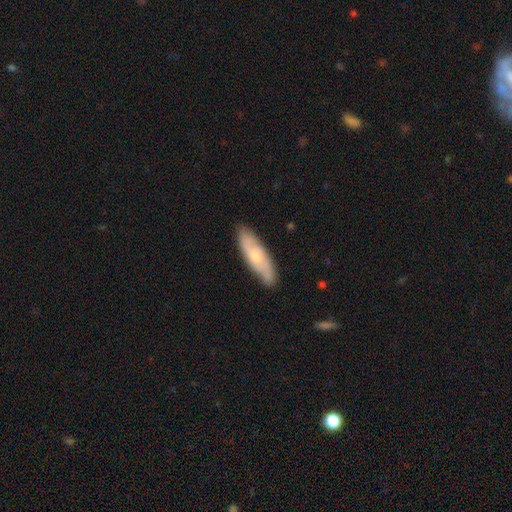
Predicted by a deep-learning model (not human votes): Smooth or featured: smooth — 48% (featured or disk — 46%)
Merging: none — 84% (minor disturbance — 13%)